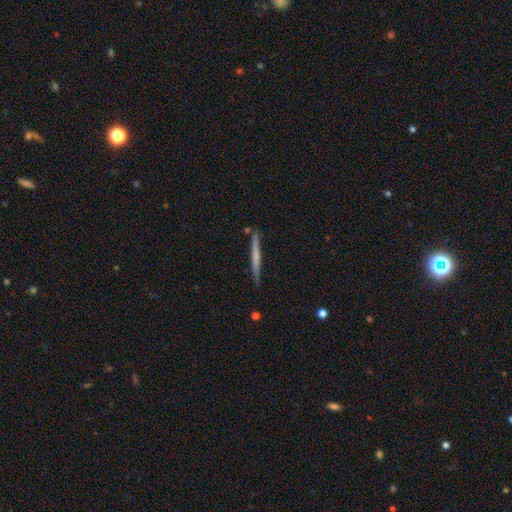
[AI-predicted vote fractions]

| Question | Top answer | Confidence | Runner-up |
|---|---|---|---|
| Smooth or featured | smooth | 48% | featured or disk (47%) |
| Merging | none | 87% | minor disturbance (9%) |